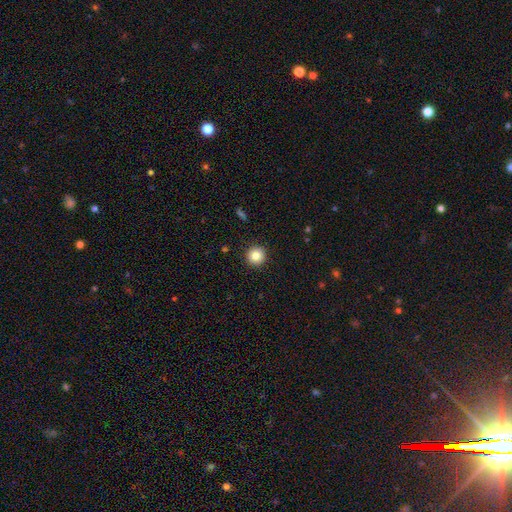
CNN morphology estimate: Smooth or featured? Predicted: smooth (p=0.83). How rounded? Predicted: round (p=0.96). Merging? Predicted: none (p=0.92).